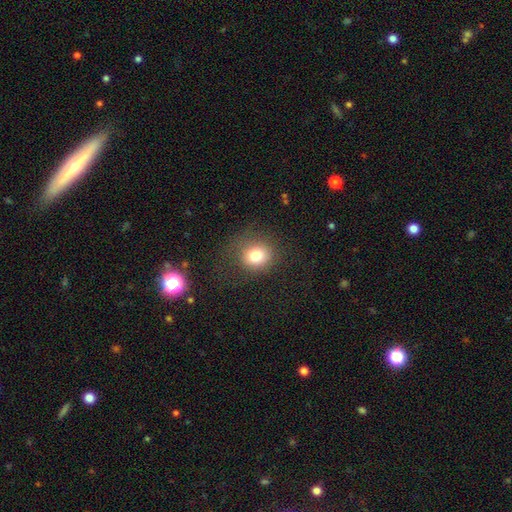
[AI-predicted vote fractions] smooth-or-featured: smooth: 80% | star or artifact: 12% | featured or disk: 9%
  how-rounded: round: 76% | in between: 24% | cigar-shaped: 1%
  merging: none: 73% | minor disturbance: 15% | major disturbance: 11% | merger: 2%